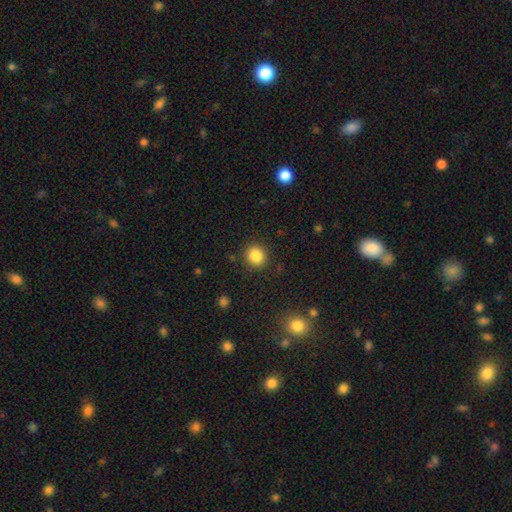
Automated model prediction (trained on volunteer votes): Overall: smooth (86%). How rounded: round (83%). Merging: none (88%).